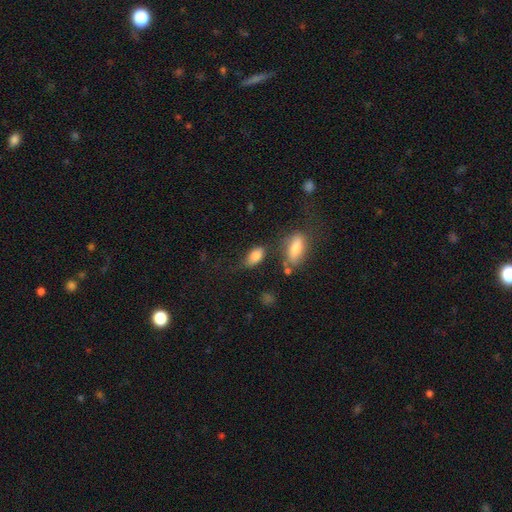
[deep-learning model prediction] Q: Smooth or featured?
A: smooth (83%); runner-up: star or artifact (9%)
Q: How rounded?
A: in between (90%); runner-up: round (5%)
Q: Merging?
A: none (56%); runner-up: minor disturbance (24%)